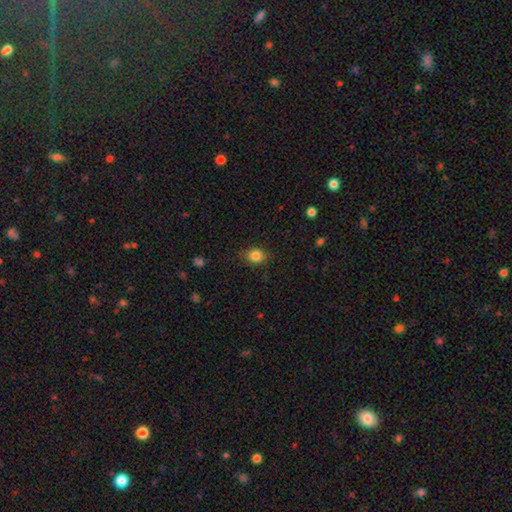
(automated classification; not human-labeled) Overall: smooth (84%). How rounded: round (63%; in between 36%). Merging: none (82%).